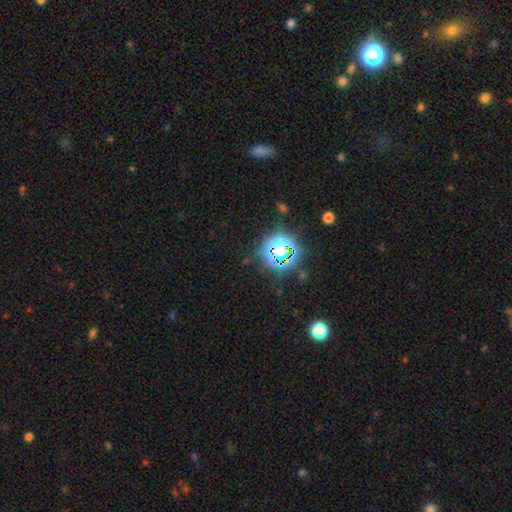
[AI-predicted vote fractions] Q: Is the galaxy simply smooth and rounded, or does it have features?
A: star or artifact — 76%.